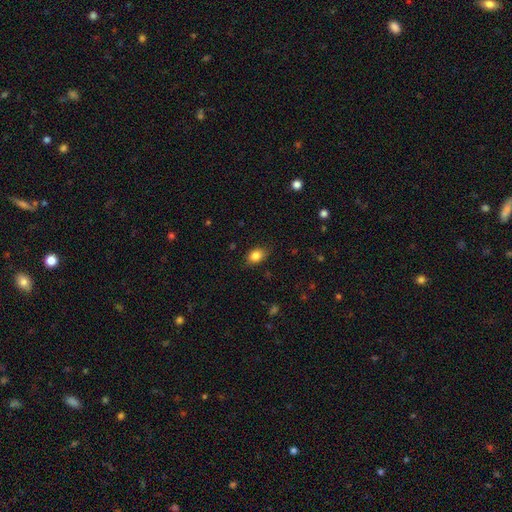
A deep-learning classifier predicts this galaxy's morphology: This appears to be a smooth galaxy with no disk features (85%) that is in between round and cigar-shaped (72%). Merging: none (81%).